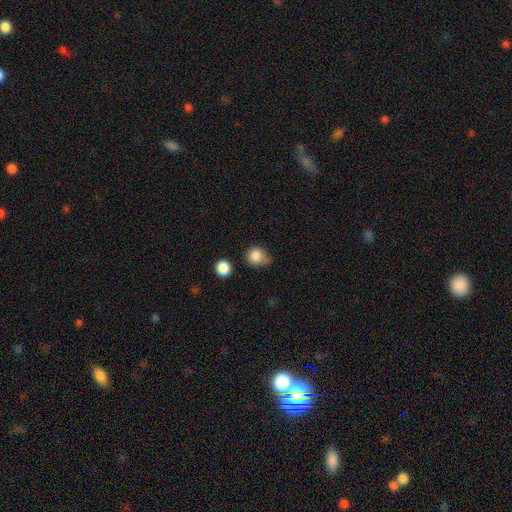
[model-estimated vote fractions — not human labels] Overall: smooth (84%). How rounded: round (78%). Merging: none (48%; minor disturbance 36%).